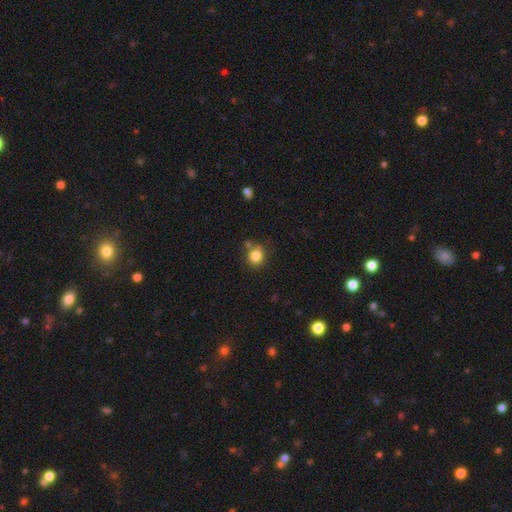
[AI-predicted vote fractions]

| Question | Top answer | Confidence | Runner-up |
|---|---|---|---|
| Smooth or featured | smooth | 83% | star or artifact (11%) |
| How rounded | round | 81% | in between (18%) |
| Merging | none | 71% | minor disturbance (14%) |